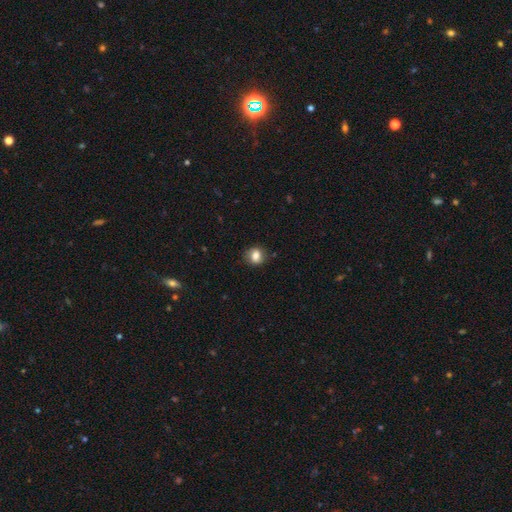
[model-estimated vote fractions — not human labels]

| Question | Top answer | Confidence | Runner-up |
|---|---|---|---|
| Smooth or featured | smooth | 80% | featured or disk (10%) |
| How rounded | round | 70% | in between (29%) |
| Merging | none | 83% | minor disturbance (13%) |